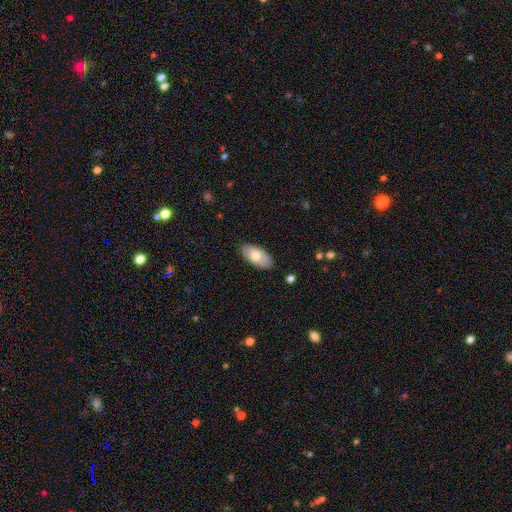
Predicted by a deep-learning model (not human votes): A smooth galaxy with no disk features (69%) that is in between round and cigar-shaped (94%).

Vote fractions:
- Smooth or featured? smooth: 69% / featured or disk: 25% / star or artifact: 6%
- How rounded? in between: 94% / cigar-shaped: 3% / round: 3%
- Merging? none: 87% / minor disturbance: 10% / major disturbance: 2% / merger: 1%